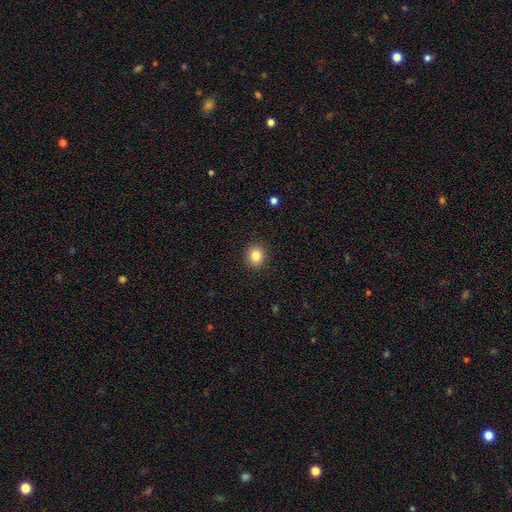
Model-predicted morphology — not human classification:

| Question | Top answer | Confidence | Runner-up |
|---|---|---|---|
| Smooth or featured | smooth | 83% | star or artifact (10%) |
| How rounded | round | 78% | in between (21%) |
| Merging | none | 91% | minor disturbance (6%) |